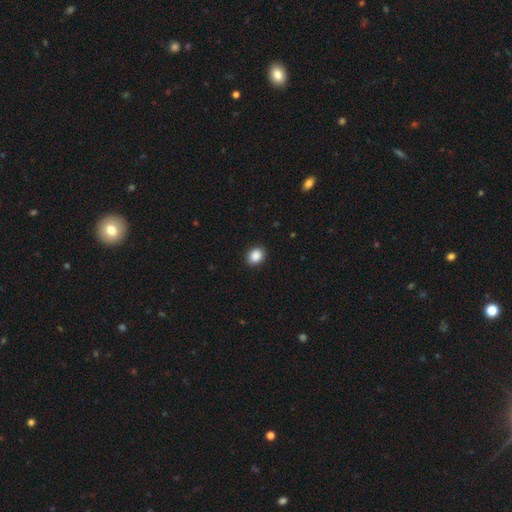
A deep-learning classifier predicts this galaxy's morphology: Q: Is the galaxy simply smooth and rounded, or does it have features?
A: smooth — 89%.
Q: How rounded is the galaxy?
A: in between — 55%.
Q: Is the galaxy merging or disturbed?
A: none — 90%.